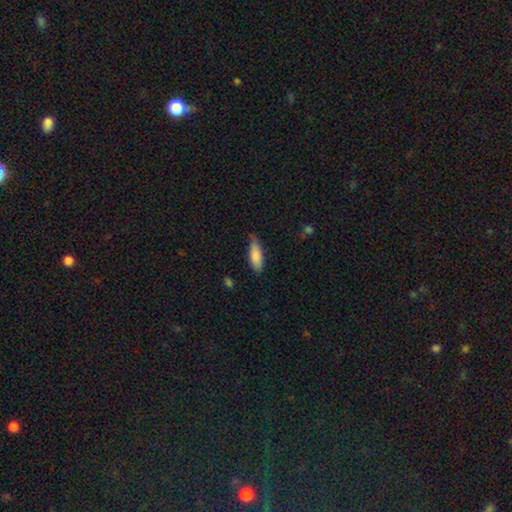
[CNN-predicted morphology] smooth-or-featured: smooth: 83% | featured or disk: 12% | star or artifact: 6%
  how-rounded: in between: 62% | cigar-shaped: 37% | round: 2%
  merging: none: 61% | minor disturbance: 32% | major disturbance: 5% | merger: 2%